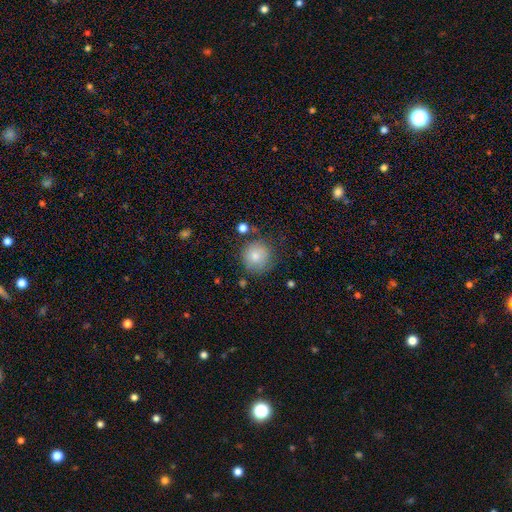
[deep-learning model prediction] Smooth or featured? Predicted: smooth (p=0.81). How rounded? Predicted: round (p=0.93). Merging? Predicted: none (p=0.74).